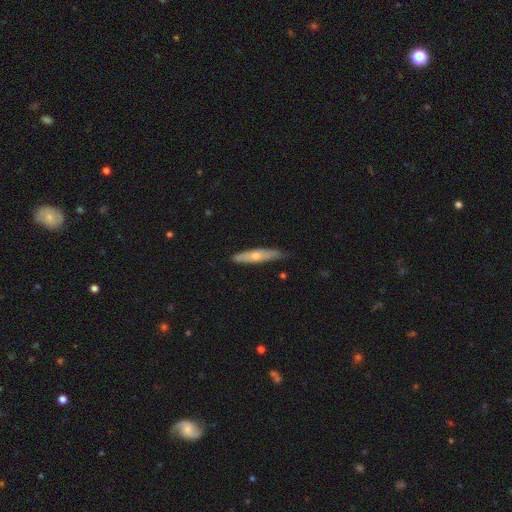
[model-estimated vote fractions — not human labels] Smooth or featured? Predicted: featured or disk (p=0.48). Merging? Predicted: none (p=0.79).